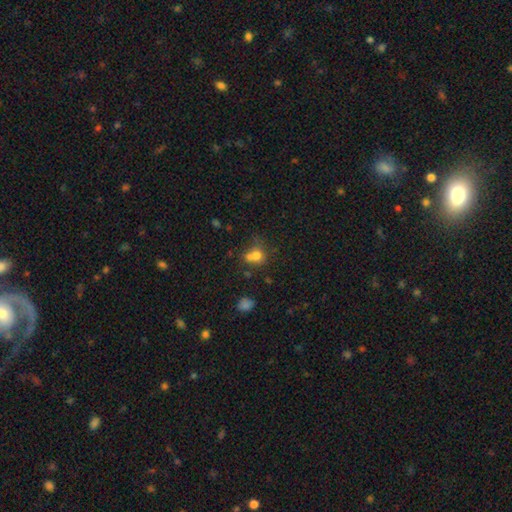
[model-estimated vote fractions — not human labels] Morphology: type=smooth (72%); roundness=round (73%); merging=merger (48%).